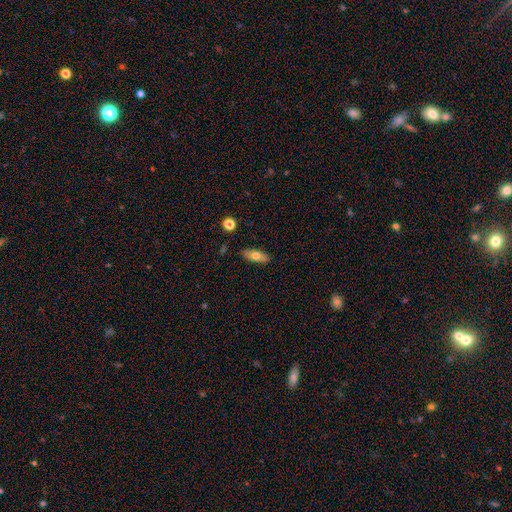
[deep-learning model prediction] Q: Smooth or featured?
A: smooth (69%); runner-up: featured or disk (24%)
Q: How rounded?
A: in between (71%); runner-up: cigar-shaped (26%)
Q: Merging?
A: none (87%); runner-up: minor disturbance (9%)